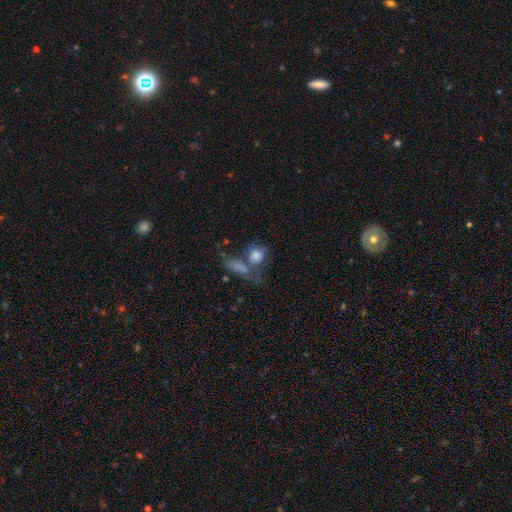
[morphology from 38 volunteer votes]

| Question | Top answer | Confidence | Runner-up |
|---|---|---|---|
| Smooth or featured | smooth | 74% | featured or disk (18%) |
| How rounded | in between | 61% | round (36%) |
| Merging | merger | 60% | none (20%) |